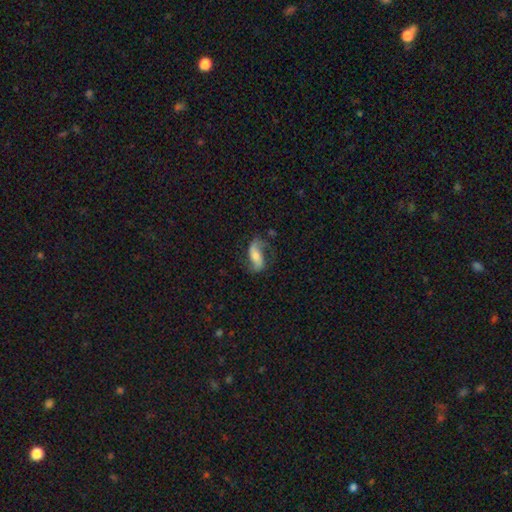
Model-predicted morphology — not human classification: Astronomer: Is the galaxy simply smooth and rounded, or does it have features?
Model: featured or disk — 72%.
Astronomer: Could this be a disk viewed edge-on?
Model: no — 93%.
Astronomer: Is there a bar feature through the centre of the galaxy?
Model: no — 36% (runner-up: strong, 33%).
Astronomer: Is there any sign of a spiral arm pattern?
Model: yes — 92%.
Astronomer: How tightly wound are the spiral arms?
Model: loose — 59%.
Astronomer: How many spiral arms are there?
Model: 2 — 87%.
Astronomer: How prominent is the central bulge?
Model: moderate — 48% (runner-up: small, 35%).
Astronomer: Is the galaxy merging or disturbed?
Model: none — 65%.